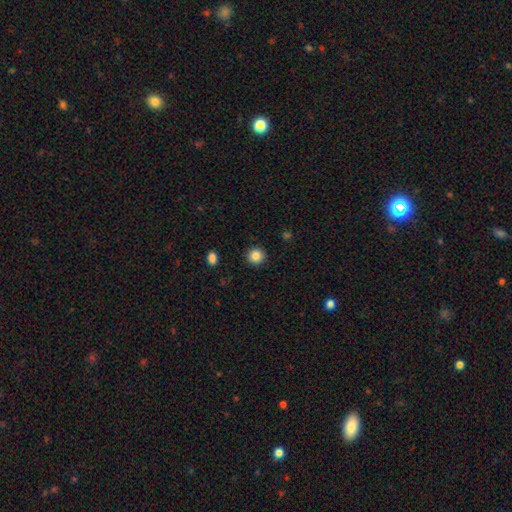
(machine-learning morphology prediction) smooth-or-featured: smooth: 86% | star or artifact: 10% | featured or disk: 4%
  how-rounded: round: 94% | in between: 5% | cigar-shaped: 1%
  merging: none: 92% | minor disturbance: 5% | major disturbance: 2% | merger: 1%